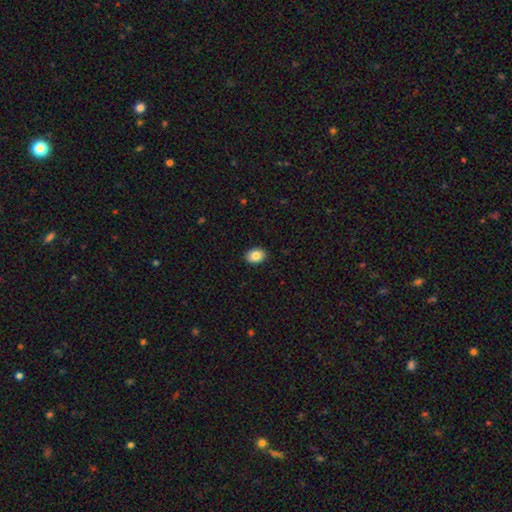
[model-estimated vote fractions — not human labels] smooth_or_featured: smooth (p=0.84) [alt: star or artifact p=0.08]
how_rounded: in between (p=0.72) [alt: round p=0.28]
merging: none (p=0.90) [alt: minor disturbance p=0.07]